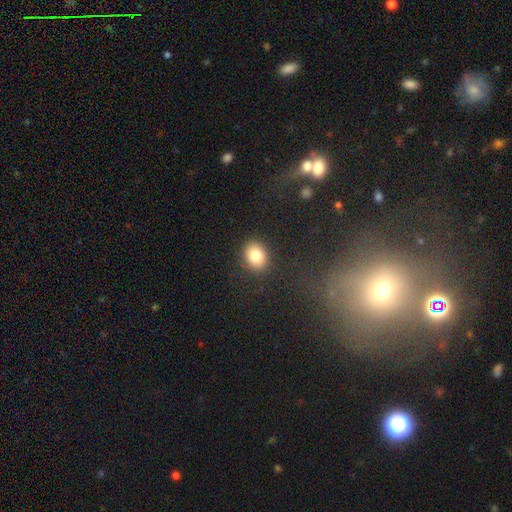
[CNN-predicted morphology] type=smooth (82%); roundness=round (54%); merging=none (88%).